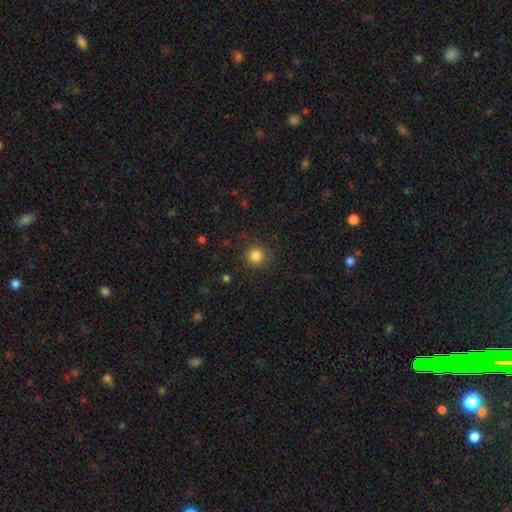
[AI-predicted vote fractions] Overall: smooth (83%). How rounded: round (94%). Merging: none (88%).